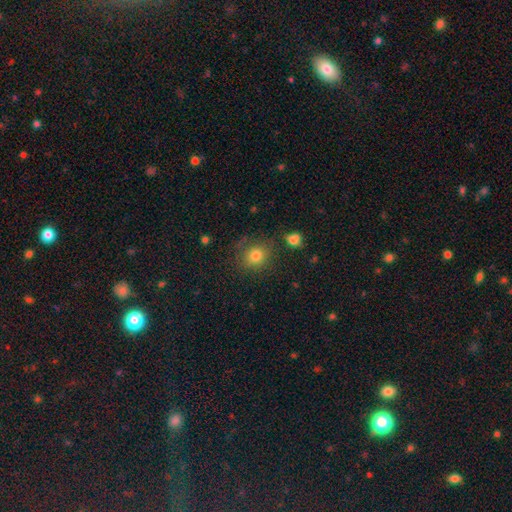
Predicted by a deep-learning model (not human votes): A smooth galaxy with no disk features (79%) that is round (71%). Merging: none (76%).